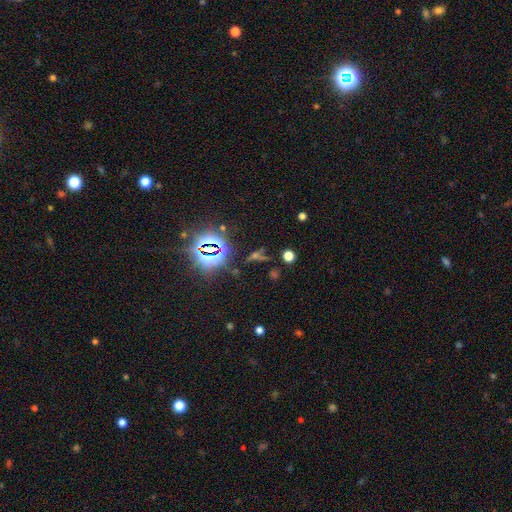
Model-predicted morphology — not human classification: A star or artifact, not a galaxy (64%).

Vote fractions:
- Smooth or featured? star or artifact: 64% / smooth: 22% / featured or disk: 14%